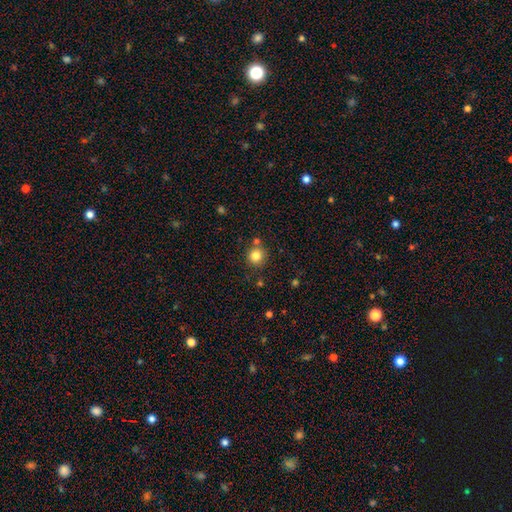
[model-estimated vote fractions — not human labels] A smooth galaxy with no disk features (82%) that is round (93%). Merging: none (80%).